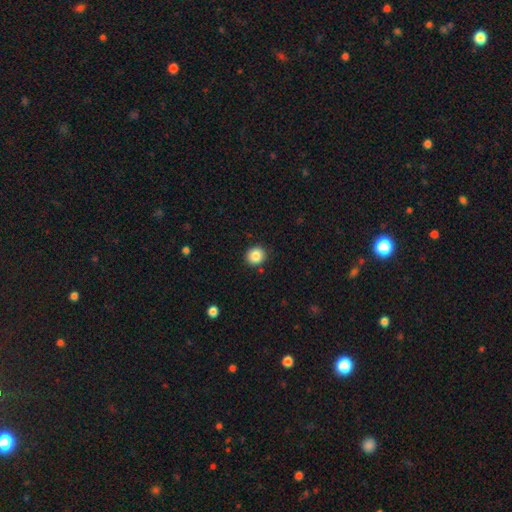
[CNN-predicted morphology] Smooth or featured? Predicted: smooth (p=0.86). How rounded? Predicted: round (p=0.88). Merging? Predicted: none (p=0.90).